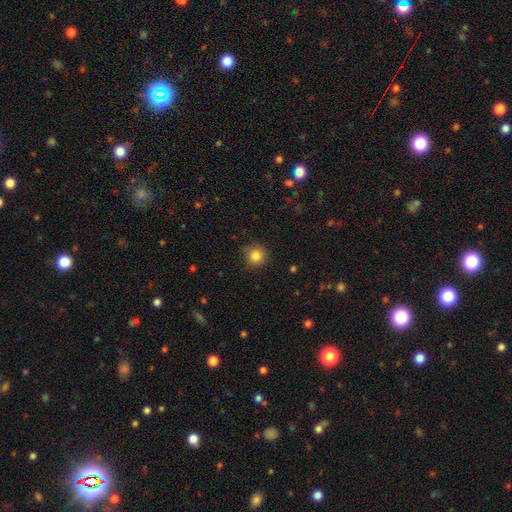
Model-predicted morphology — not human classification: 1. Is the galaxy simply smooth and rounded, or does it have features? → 84% smooth, 11% star or artifact, 5% featured or disk.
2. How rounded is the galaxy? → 94% round, 5% in between, 1% cigar-shaped.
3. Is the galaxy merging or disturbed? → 86% none, 10% minor disturbance, 2% major disturbance, 1% merger.